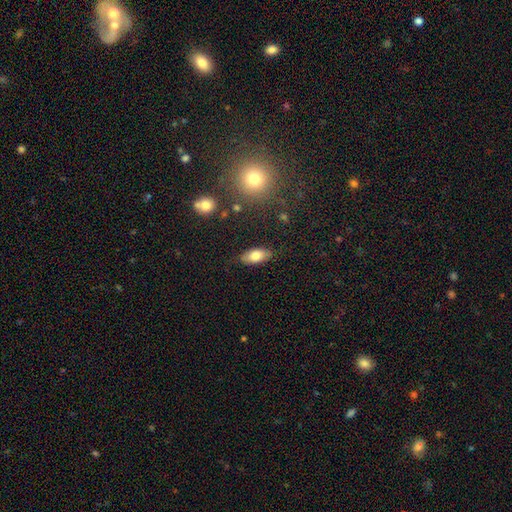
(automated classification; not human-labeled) smooth-or-featured: smooth: 78% | featured or disk: 15% | star or artifact: 8%
  how-rounded: in between: 89% | cigar-shaped: 8% | round: 3%
  merging: none: 83% | minor disturbance: 13% | major disturbance: 3% | merger: 2%